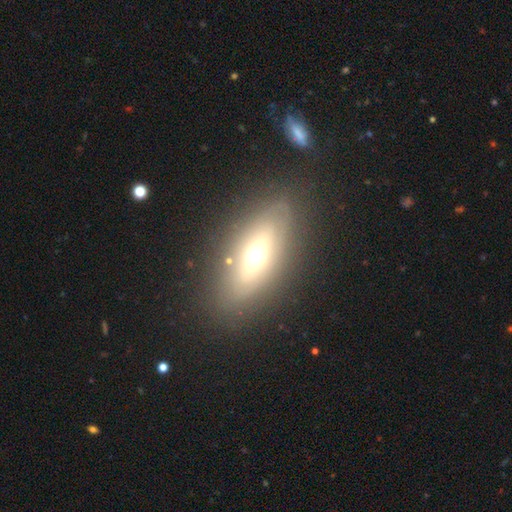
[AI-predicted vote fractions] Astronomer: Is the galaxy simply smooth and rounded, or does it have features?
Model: featured or disk — 46% (runner-up: smooth, 45%).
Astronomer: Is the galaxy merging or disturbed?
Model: none — 80%.